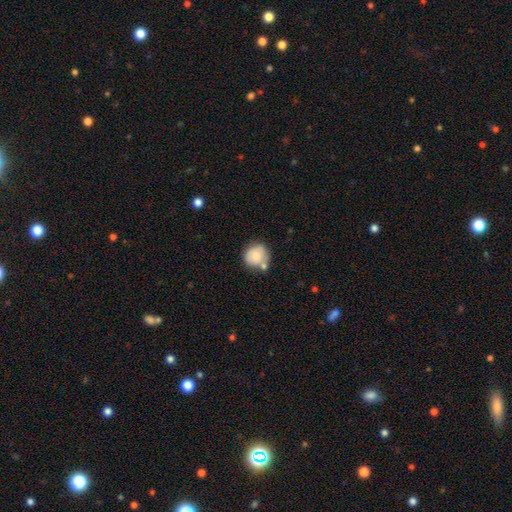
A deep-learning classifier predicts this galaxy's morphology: A smooth galaxy with no disk features (81%) that is round (86%). Merging: none (56%).